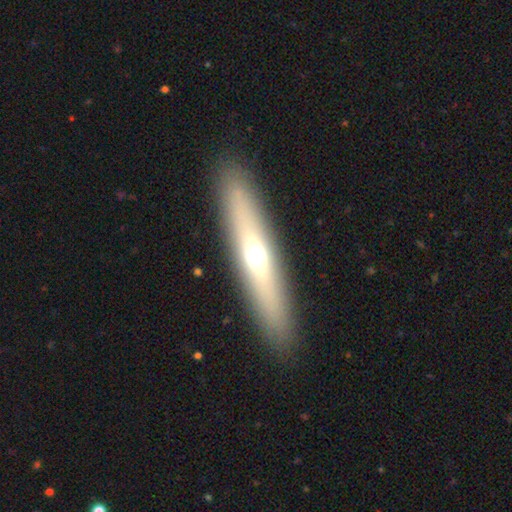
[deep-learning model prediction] smooth-or-featured: featured or disk: 49% | smooth: 44% | star or artifact: 7%
  merging: none: 91% | minor disturbance: 6% | major disturbance: 2% | merger: 1%